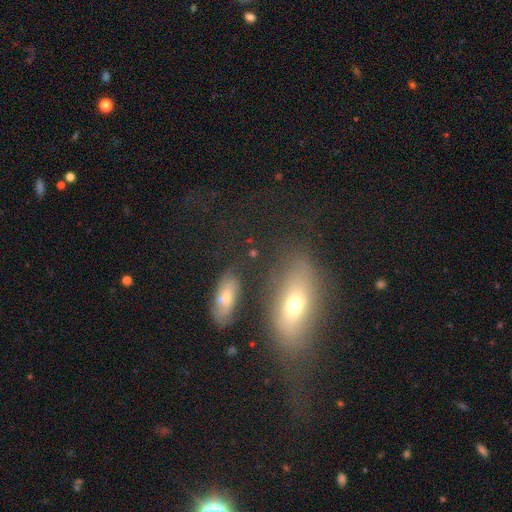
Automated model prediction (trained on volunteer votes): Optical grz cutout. It shows a smooth galaxy with no disk features (49%). Merging: none (45%).